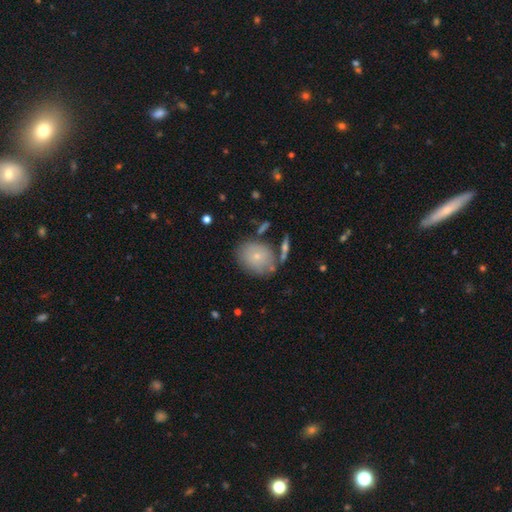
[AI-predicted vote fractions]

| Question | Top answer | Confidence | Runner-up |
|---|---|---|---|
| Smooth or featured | smooth | 71% | featured or disk (20%) |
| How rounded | round | 55% | in between (44%) |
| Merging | none | 69% | minor disturbance (17%) |